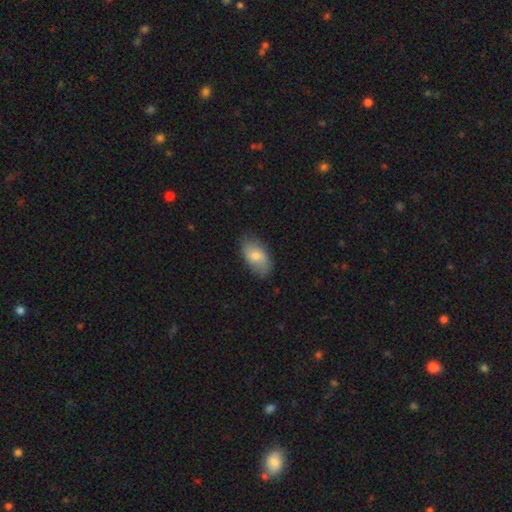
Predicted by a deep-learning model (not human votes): Overall: smooth (70%). How rounded: in between (93%). Merging: none (78%).